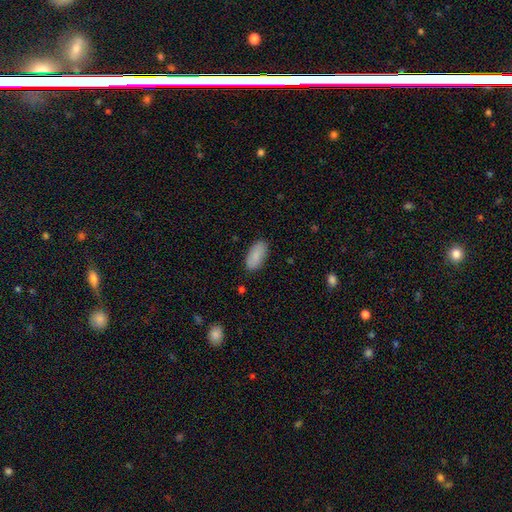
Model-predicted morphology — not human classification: Smooth or featured?
  - smooth: 89% *
  - star or artifact: 6%
  - featured or disk: 5%
How rounded?
  - in between: 92% *
  - cigar-shaped: 6%
  - round: 2%
Merging?
  - none: 87% *
  - minor disturbance: 9%
  - major disturbance: 2%
  - merger: 1%